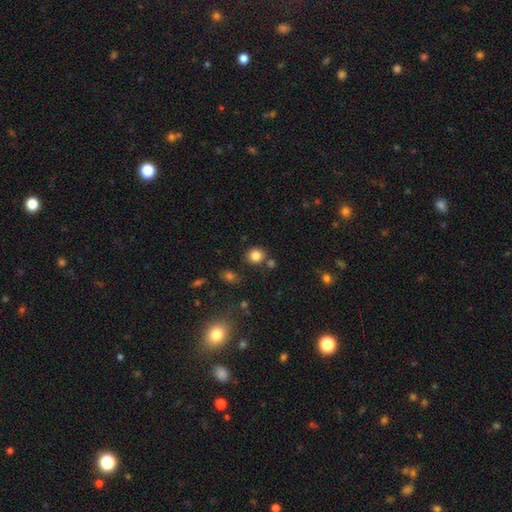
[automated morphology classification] Overall: smooth (83%). How rounded: round (86%). Merging: none (79%).